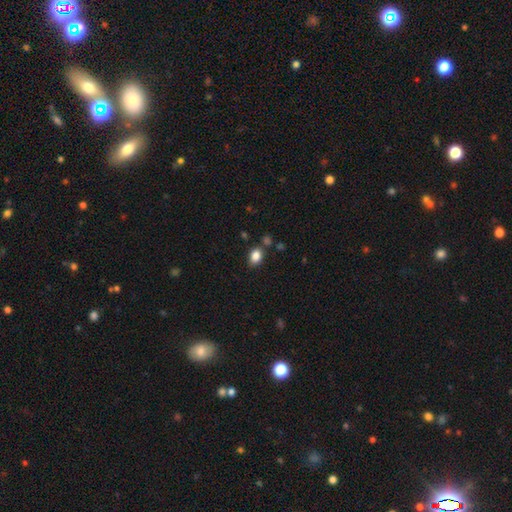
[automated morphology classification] This is clearly a smooth galaxy (85%). How rounded: likely in between (70%). Merging: likely none (77%).